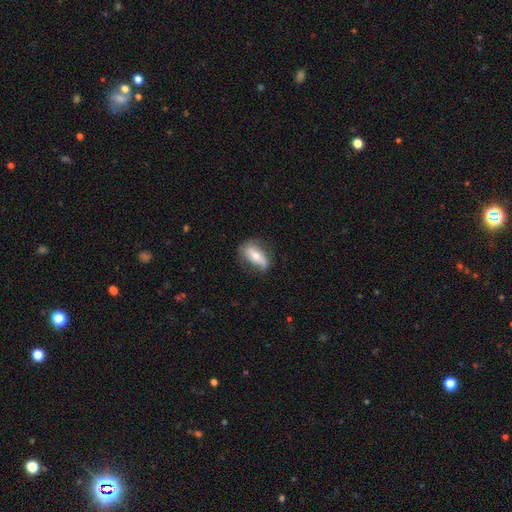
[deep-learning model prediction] smooth-or-featured: smooth: 52% | featured or disk: 41% | star or artifact: 7%
  how-rounded: in between: 80% | cigar-shaped: 14% | round: 5%
  merging: none: 67% | minor disturbance: 23% | major disturbance: 8% | merger: 2%